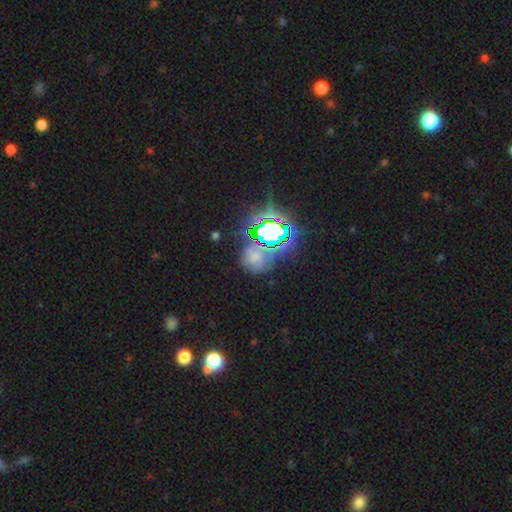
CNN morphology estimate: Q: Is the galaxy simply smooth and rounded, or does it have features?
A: star or artifact — 49%.